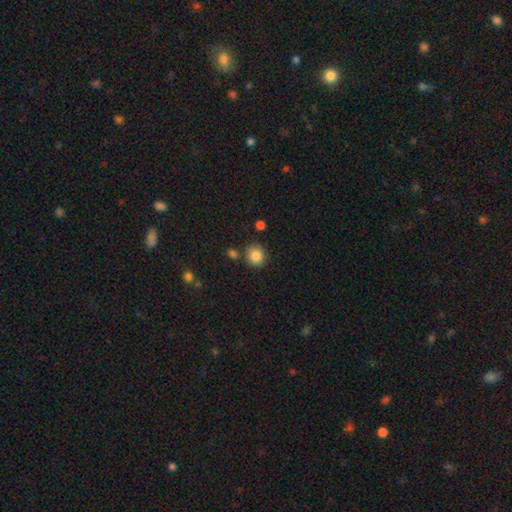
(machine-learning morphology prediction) Overall: smooth (86%). How rounded: round (82%). Merging: none (79%).